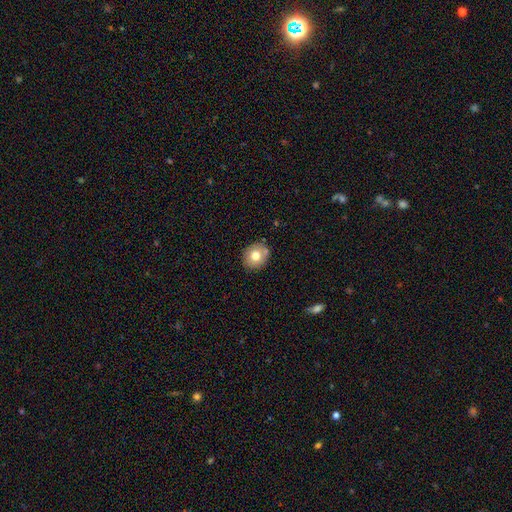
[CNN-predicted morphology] type=smooth (72%); roundness=round (76%); merging=none (79%).